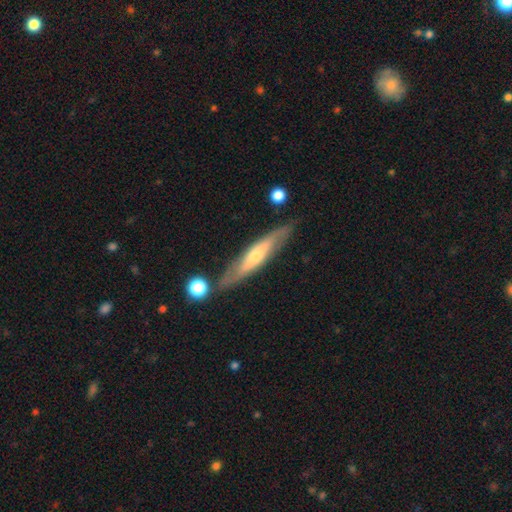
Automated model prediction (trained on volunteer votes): featured or disk 65%, smooth 28%, star or artifact 7%. Down the decision tree: edge-on disk — yes (72%); merging — none (79%).